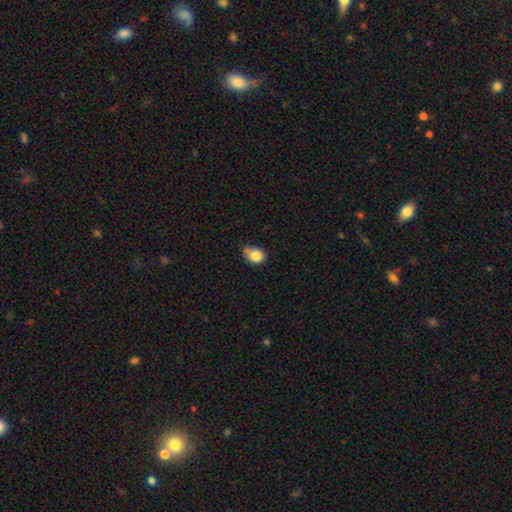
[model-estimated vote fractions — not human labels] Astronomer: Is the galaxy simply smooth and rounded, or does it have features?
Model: smooth — 82%.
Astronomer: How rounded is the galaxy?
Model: round — 57% (runner-up: in between, 42%).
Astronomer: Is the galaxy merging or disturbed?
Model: none — 47% (runner-up: minor disturbance, 35%).